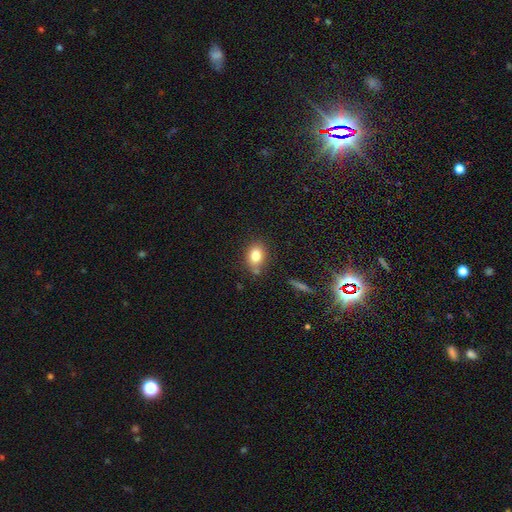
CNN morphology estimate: Smooth or featured: smooth — 81% (star or artifact — 10%)
How rounded: in between — 64% (round — 35%)
Merging: none — 73% (minor disturbance — 15%)